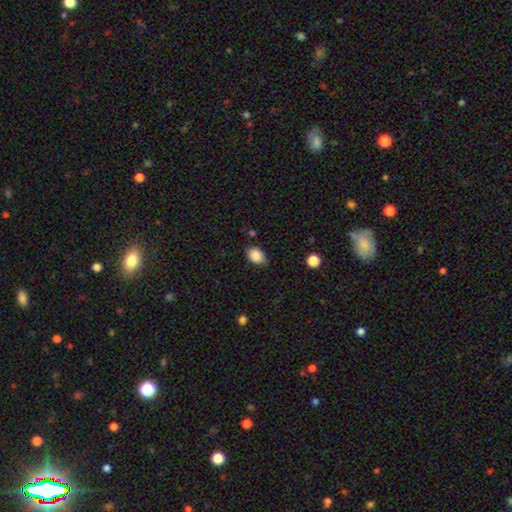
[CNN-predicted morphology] This appears to be a smooth galaxy with no disk features (88%) that is in between round and cigar-shaped (74%). Merging: none (68%).